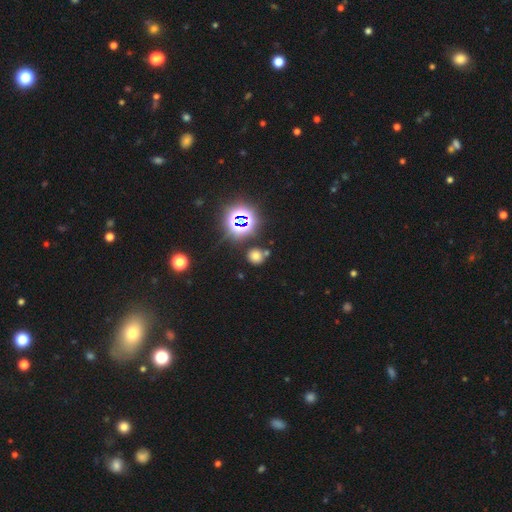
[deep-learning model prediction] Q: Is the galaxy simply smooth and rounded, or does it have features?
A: smooth — 61%.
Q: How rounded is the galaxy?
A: round — 86%.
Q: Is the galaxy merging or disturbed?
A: none — 75%.